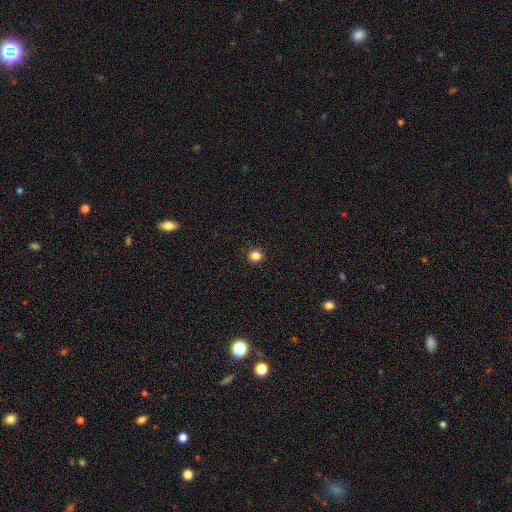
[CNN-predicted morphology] The model was most divided on "smooth or featured": smooth: 83%, star or artifact: 13%, featured or disk: 4%. More confident: how rounded — round (94%); merging — none (93%).